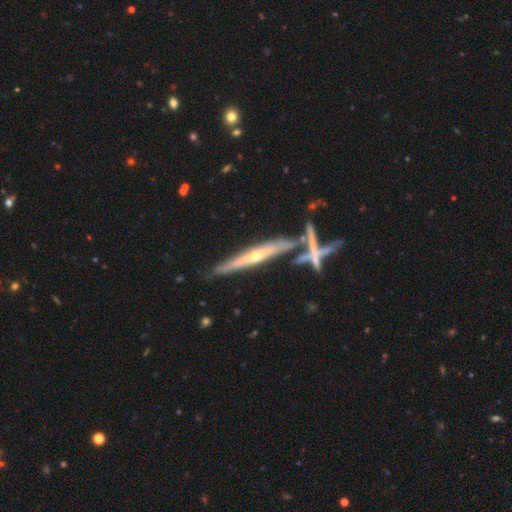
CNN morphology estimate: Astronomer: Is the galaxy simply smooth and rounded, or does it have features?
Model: featured or disk — 78%.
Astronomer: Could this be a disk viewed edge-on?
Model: yes — 92%.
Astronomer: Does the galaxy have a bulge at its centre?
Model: rounded — 75%.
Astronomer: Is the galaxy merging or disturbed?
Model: none — 66%.